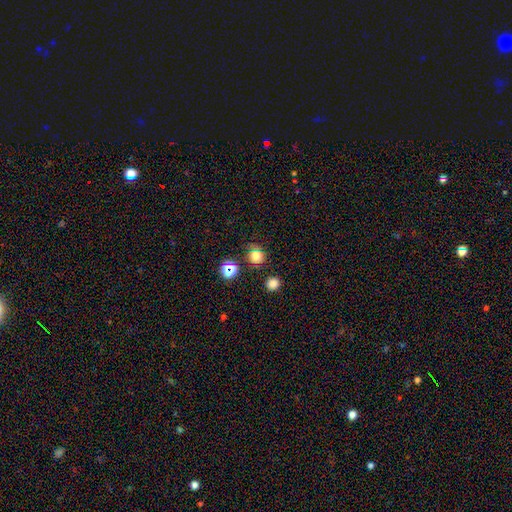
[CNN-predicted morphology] A smooth galaxy with no disk features (67%) that is round (86%).

Vote fractions:
- Smooth or featured? smooth: 67% / star or artifact: 25% / featured or disk: 8%
- How rounded? round: 86% / in between: 13% / cigar-shaped: 1%
- Merging? none: 79% / minor disturbance: 12% / merger: 5% / major disturbance: 5%